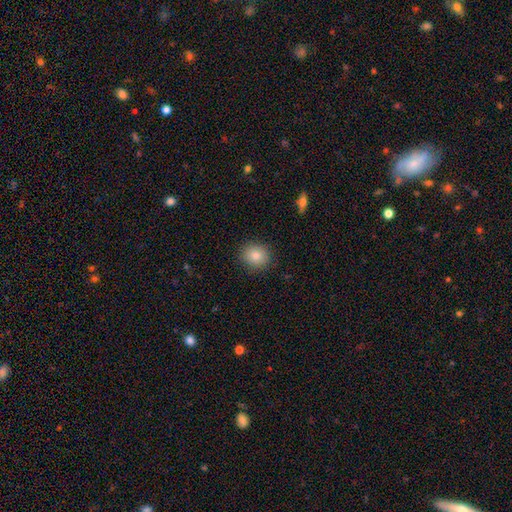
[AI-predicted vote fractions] This appears to be a smooth galaxy with no disk features (84%) that is round (78%). Merging: none (89%).